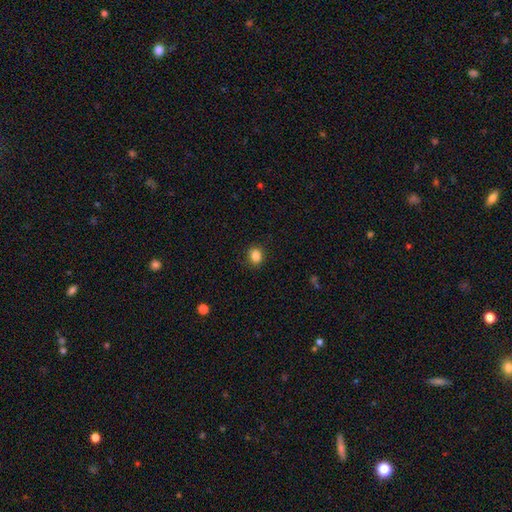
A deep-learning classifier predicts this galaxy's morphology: type=smooth (85%); roundness=round (66%); merging=none (87%).